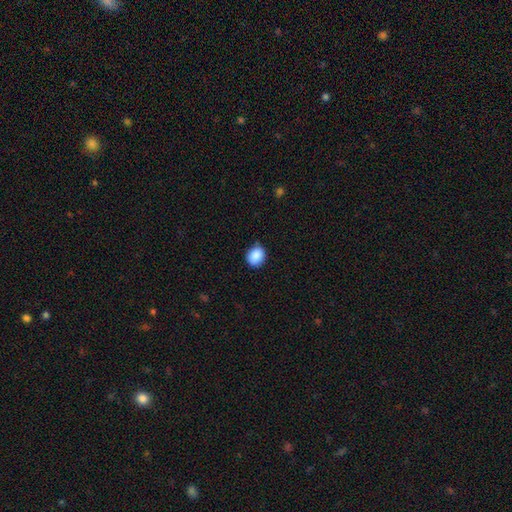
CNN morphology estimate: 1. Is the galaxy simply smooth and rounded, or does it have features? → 88% smooth, 8% star or artifact, 4% featured or disk.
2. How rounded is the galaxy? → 64% round, 35% in between, 1% cigar-shaped.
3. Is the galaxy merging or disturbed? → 79% none, 16% minor disturbance, 3% major disturbance, 1% merger.